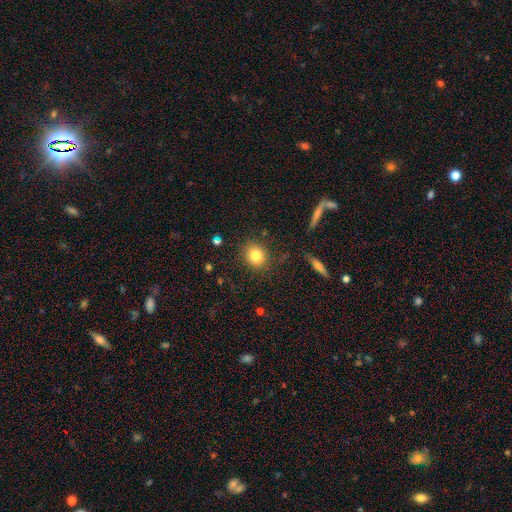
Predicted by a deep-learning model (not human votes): Morphology: type=smooth (81%); roundness=round (77%); merging=none (87%).